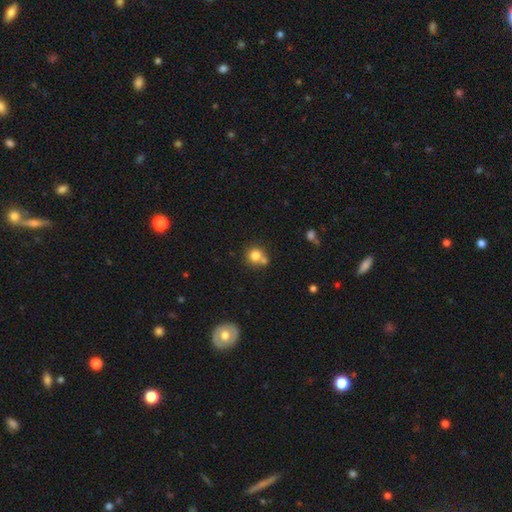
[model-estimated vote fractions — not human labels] A smooth galaxy with no disk features (79%) that is round (89%). Merging: none (57%).